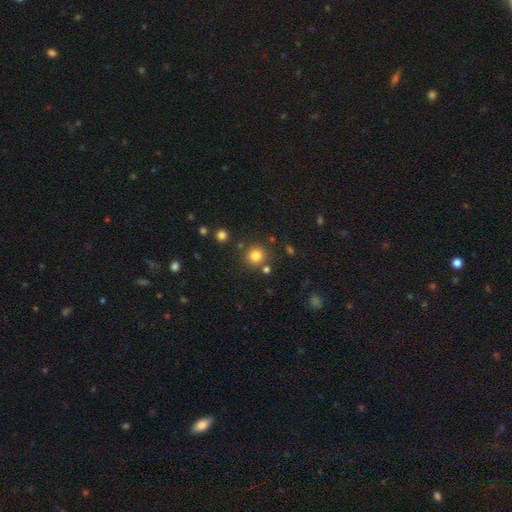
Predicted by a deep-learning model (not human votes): smooth_or_featured: smooth (p=0.81) [alt: star or artifact p=0.13]
how_rounded: round (p=0.93) [alt: in between p=0.06]
merging: none (p=0.82) [alt: minor disturbance p=0.08]